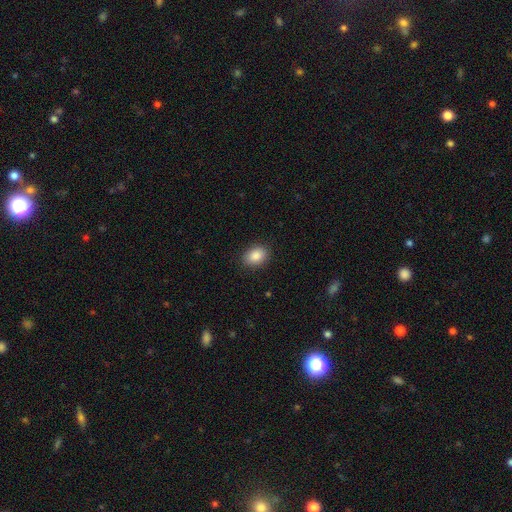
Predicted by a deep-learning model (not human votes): Smooth or featured? Predicted: smooth (p=0.87). How rounded? Predicted: in between (p=0.76). Merging? Predicted: none (p=0.88).